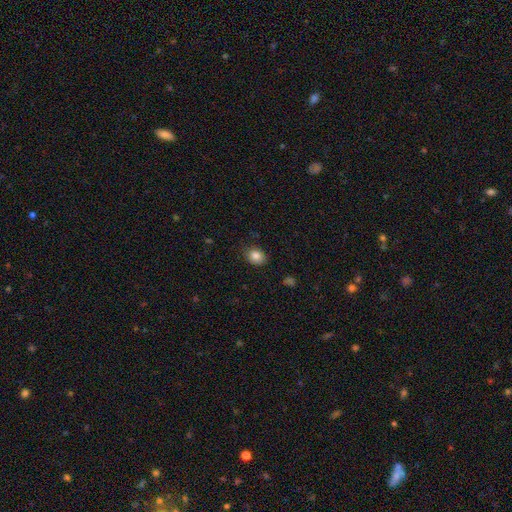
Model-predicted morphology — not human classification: Smooth or featured: smooth — 84% (star or artifact — 10%)
How rounded: round — 53% (in between — 46%)
Merging: none — 83% (minor disturbance — 13%)